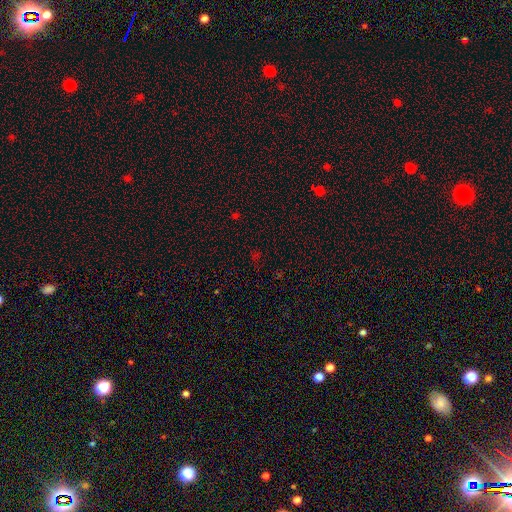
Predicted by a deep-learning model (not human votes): Smooth or featured: star or artifact — 60% (smooth — 33%)